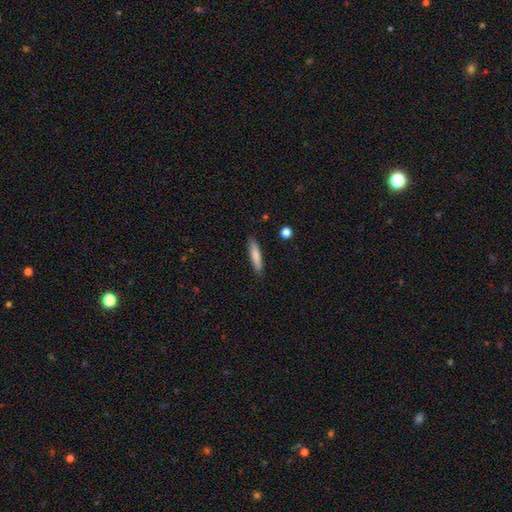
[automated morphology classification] Smooth or featured: smooth — 79% (featured or disk — 15%)
How rounded: cigar-shaped — 87% (in between — 12%)
Merging: none — 89% (minor disturbance — 8%)